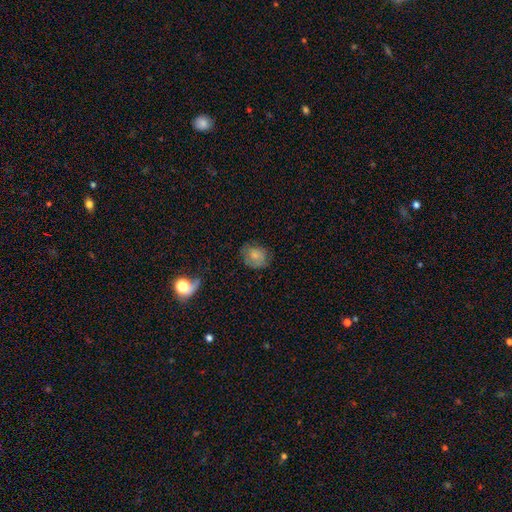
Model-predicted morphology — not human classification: smooth-or-featured: smooth: 75% | featured or disk: 15% | star or artifact: 9%
  how-rounded: round: 57% | in between: 42% | cigar-shaped: 1%
  merging: none: 67% | minor disturbance: 23% | major disturbance: 8% | merger: 2%